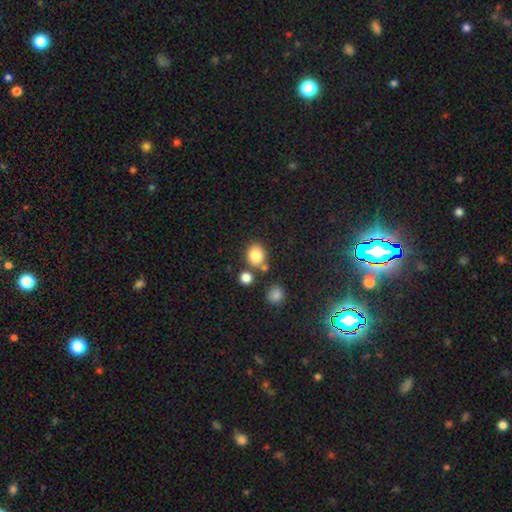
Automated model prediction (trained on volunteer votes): smooth-or-featured: smooth: 83% | star or artifact: 11% | featured or disk: 6%
  how-rounded: round: 71% | in between: 28% | cigar-shaped: 1%
  merging: none: 69% | merger: 16% | minor disturbance: 11% | major disturbance: 4%